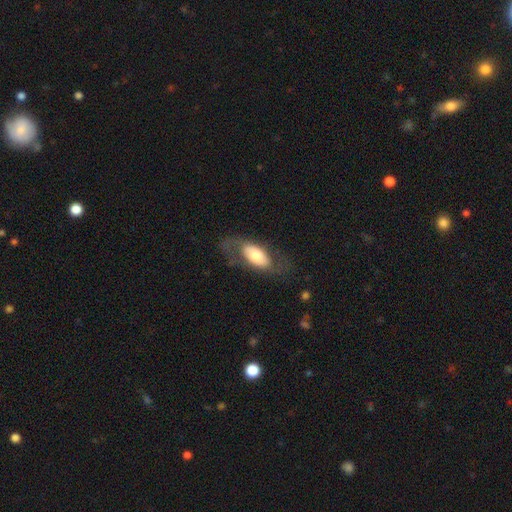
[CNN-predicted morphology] Smooth or featured? Predicted: smooth (p=0.49). Merging? Predicted: none (p=0.61).